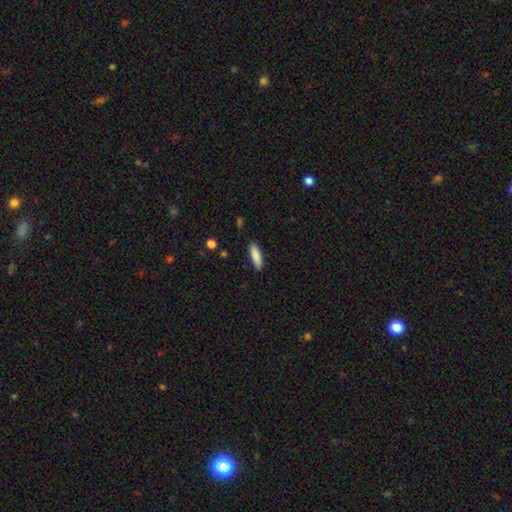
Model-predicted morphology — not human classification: Q: Smooth or featured?
A: smooth (87%); runner-up: featured or disk (6%)
Q: How rounded?
A: cigar-shaped (56%); runner-up: in between (43%)
Q: Merging?
A: none (88%); runner-up: minor disturbance (9%)